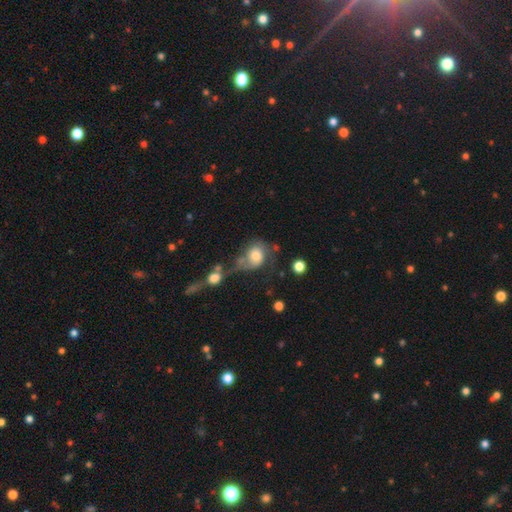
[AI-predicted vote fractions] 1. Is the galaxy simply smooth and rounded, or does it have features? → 60% smooth, 31% featured or disk, 9% star or artifact.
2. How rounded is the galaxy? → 53% round, 46% in between, 1% cigar-shaped.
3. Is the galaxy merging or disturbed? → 28% merger, 27% none, 25% major disturbance, 19% minor disturbance.